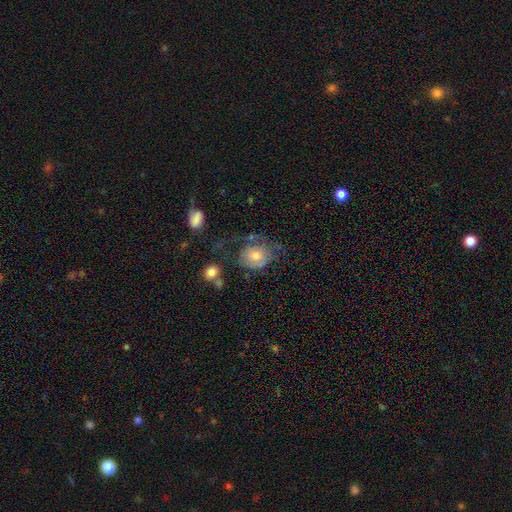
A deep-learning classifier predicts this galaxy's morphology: smooth-or-featured: smooth: 50% | featured or disk: 41% | star or artifact: 9%
  how-rounded: round: 53% | in between: 46% | cigar-shaped: 1%
  merging: none: 38% | major disturbance: 31% | minor disturbance: 24% | merger: 7%